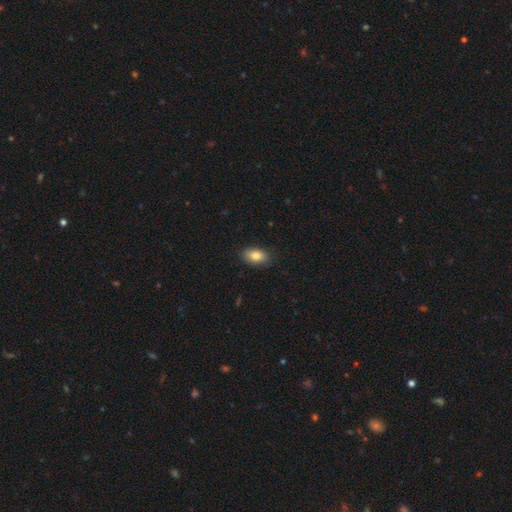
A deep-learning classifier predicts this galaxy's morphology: This is clearly a smooth galaxy (84%). How rounded: clearly in between (91%). Merging: clearly none (87%).